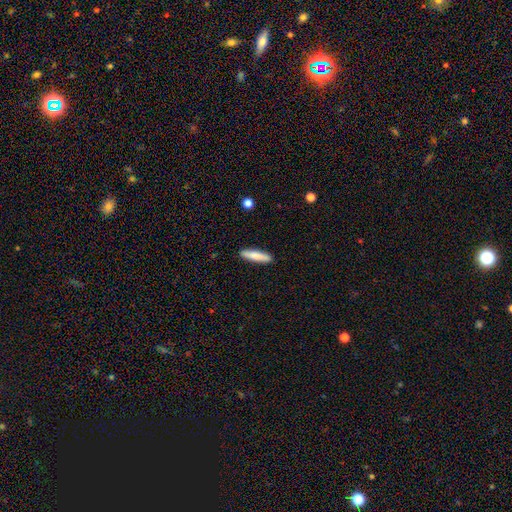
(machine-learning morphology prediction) Q: Smooth or featured?
A: smooth (79%); runner-up: featured or disk (15%)
Q: How rounded?
A: cigar-shaped (82%); runner-up: in between (16%)
Q: Merging?
A: none (90%); runner-up: minor disturbance (7%)